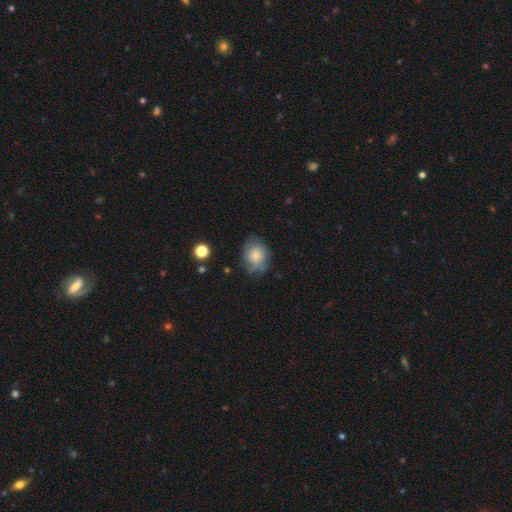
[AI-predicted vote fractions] This is likely a smooth galaxy (69%). How rounded: possibly round (52%). Merging: possibly none (58%).